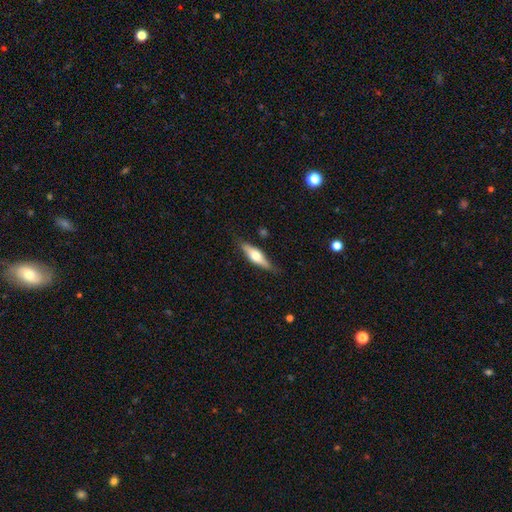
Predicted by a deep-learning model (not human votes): The model was most divided on "smooth or featured": featured or disk: 49%, smooth: 45%, star or artifact: 6%. More confident: merging — none (80%).